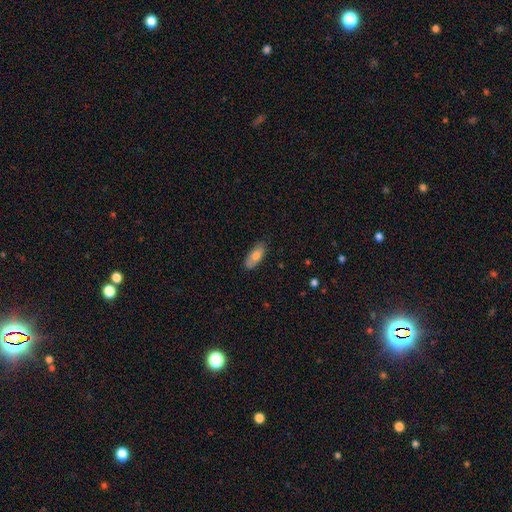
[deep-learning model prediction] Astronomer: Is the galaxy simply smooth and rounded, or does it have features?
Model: smooth — 76%.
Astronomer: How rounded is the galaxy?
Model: in between — 83%.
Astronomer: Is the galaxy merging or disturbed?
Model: none — 82%.